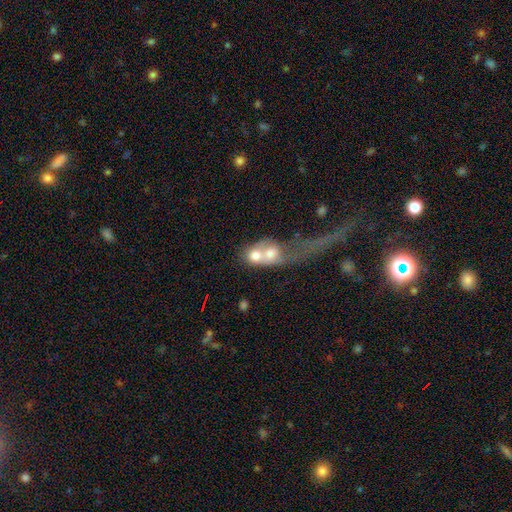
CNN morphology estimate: Smooth or featured: smooth — 65% (featured or disk — 27%)
How rounded: round — 50% (in between — 46%)
Merging: merger — 77% (major disturbance — 10%)